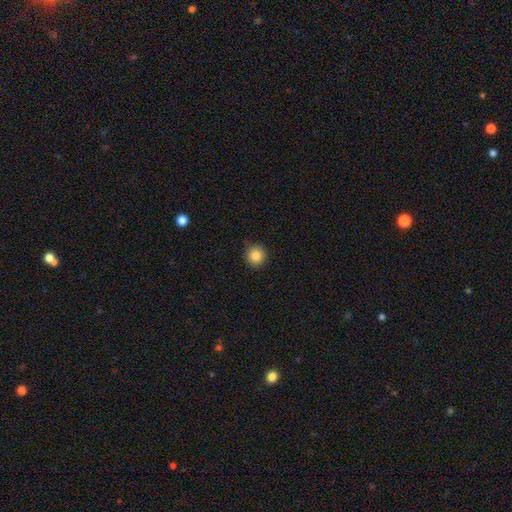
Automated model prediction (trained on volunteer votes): This appears to be a smooth galaxy with no disk features (85%) that is round (94%). Merging: none (89%).